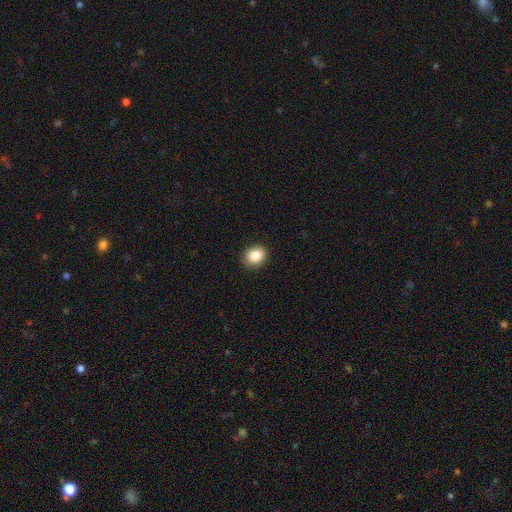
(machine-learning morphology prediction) The model was most divided on "how rounded": round: 63%, in between: 36%, cigar-shaped: 1%. More confident: merging — none (88%); smooth or featured — smooth (87%).